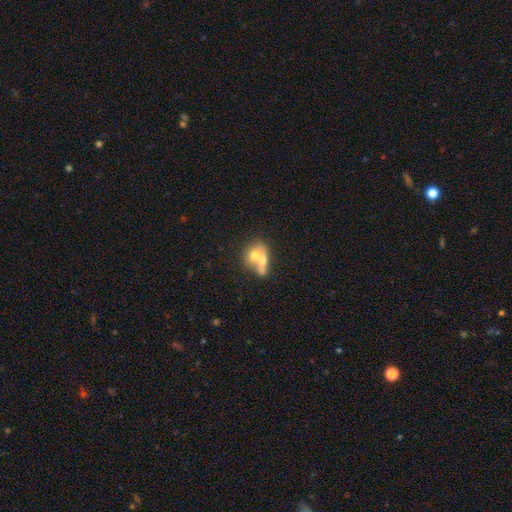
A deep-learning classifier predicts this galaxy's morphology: Smooth or featured? smooth (65%)
How rounded? in between (53%)
Merging? merger (70%)